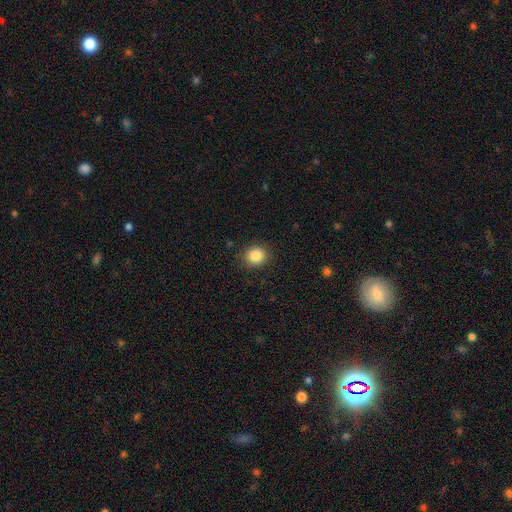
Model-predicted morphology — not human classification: The model was most divided on "how rounded": round: 82%, in between: 17%, cigar-shaped: 1%. More confident: merging — none (88%); smooth or featured — smooth (86%).